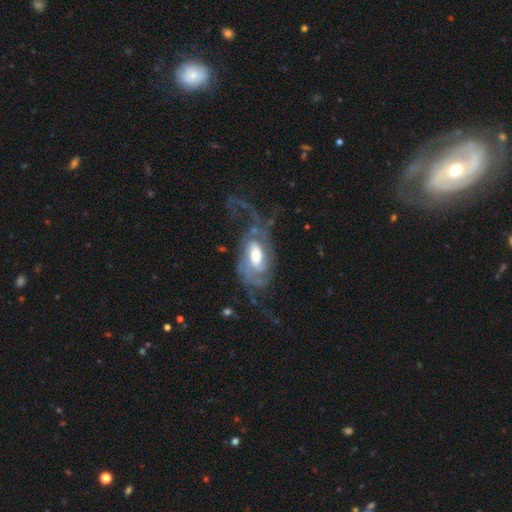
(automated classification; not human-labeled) smooth-or-featured: featured or disk: 85% | smooth: 10% | star or artifact: 5%
  disk-edge-on: no: 95% | yes: 5%
    bar: no: 48% | weak: 38% | strong: 13%
    has-spiral-arms: yes: 92% | no: 8%
      spiral-winding: medium: 41% | loose: 34% | tight: 25%
      spiral-arm-count: 2: 44% | can't tell: 20% | 3: 15% | 1: 9% | 4: 6% | more than 4: 5%
    bulge-size: moderate: 48% | large: 39% | small: 7% | dominant: 4% | none: 2%
  merging: none: 41% | major disturbance: 39% | minor disturbance: 17% | merger: 3%